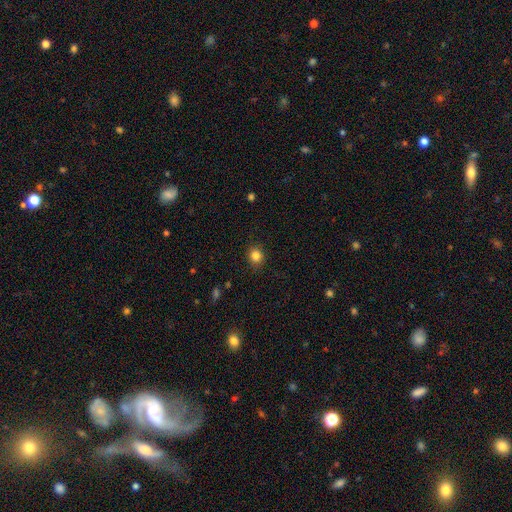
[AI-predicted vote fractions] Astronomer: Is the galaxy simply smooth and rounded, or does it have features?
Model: smooth — 84%.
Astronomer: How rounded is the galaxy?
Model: round — 83%.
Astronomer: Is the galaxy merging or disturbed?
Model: none — 88%.